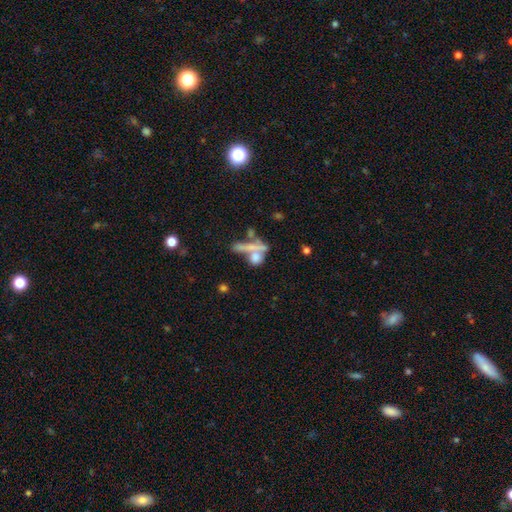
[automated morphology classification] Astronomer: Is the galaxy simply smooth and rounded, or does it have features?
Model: smooth — 56%.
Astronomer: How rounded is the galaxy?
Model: cigar-shaped — 45% (runner-up: in between, 31%).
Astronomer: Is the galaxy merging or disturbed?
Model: merger — 43% (runner-up: none, 37%).